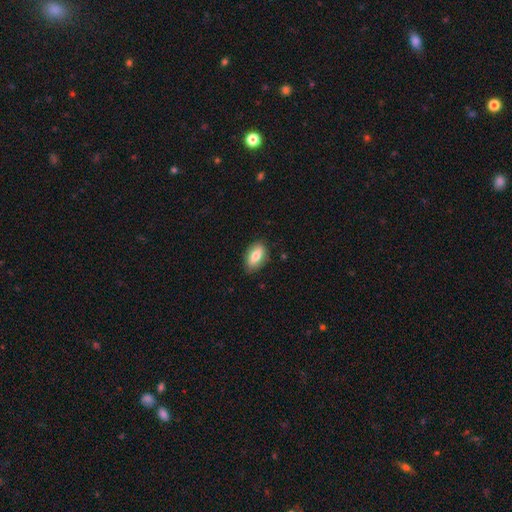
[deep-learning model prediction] Smooth or featured? Predicted: smooth (p=0.79). How rounded? Predicted: in between (p=0.90). Merging? Predicted: none (p=0.83).